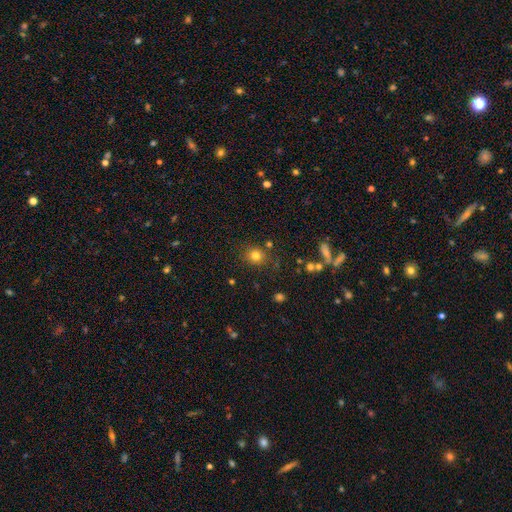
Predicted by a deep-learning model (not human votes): Smooth or featured: smooth — 79% (star or artifact — 14%)
How rounded: round — 83% (in between — 16%)
Merging: none — 81% (minor disturbance — 11%)